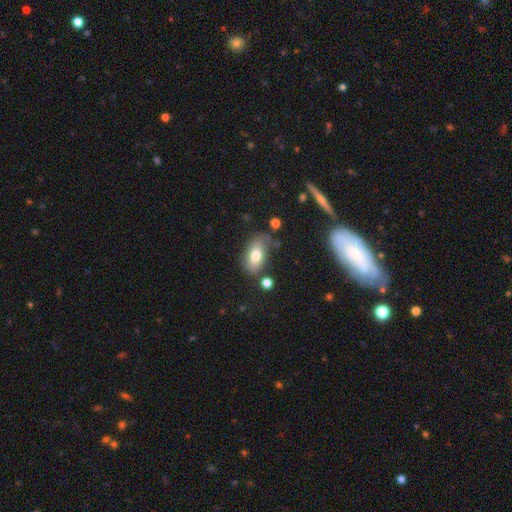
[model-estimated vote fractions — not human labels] A smooth galaxy with no disk features (77%) that is in between round and cigar-shaped (90%). Merging: none (72%).